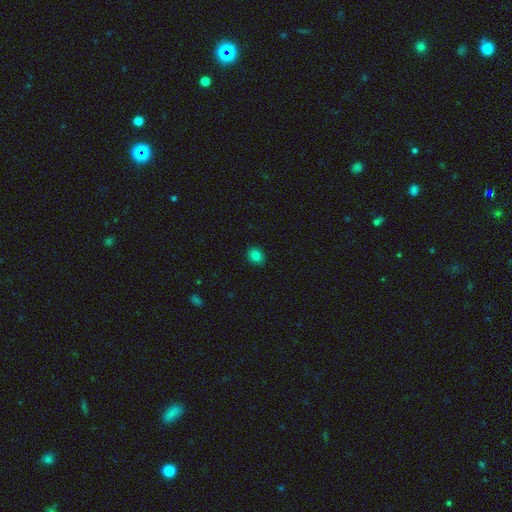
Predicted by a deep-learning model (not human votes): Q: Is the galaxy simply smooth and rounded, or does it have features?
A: smooth — 82%.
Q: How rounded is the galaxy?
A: round — 61%.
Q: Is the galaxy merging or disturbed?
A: none — 89%.